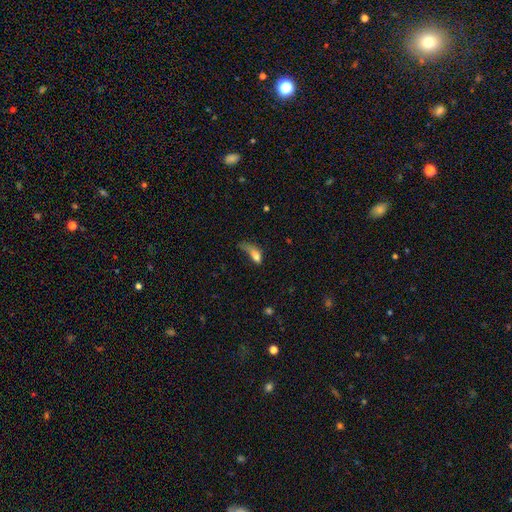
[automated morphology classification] Smooth or featured: smooth — 71% (featured or disk — 19%)
How rounded: in between — 71% (cigar-shaped — 23%)
Merging: major disturbance — 52% (minor disturbance — 22%)